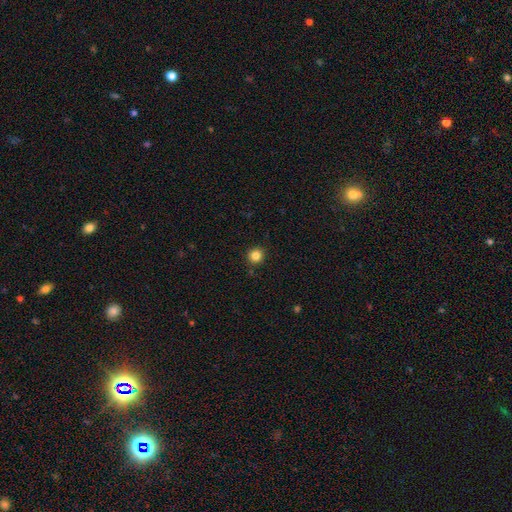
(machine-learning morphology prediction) type=smooth (84%); roundness=round (93%); merging=none (91%).